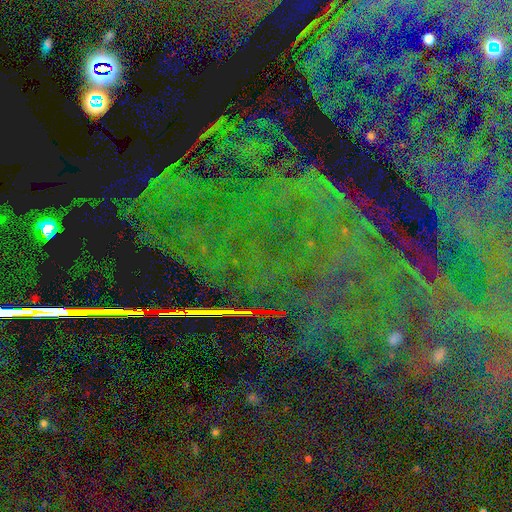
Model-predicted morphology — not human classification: smooth_or_featured: star or artifact (p=0.87) [alt: featured or disk p=0.07]